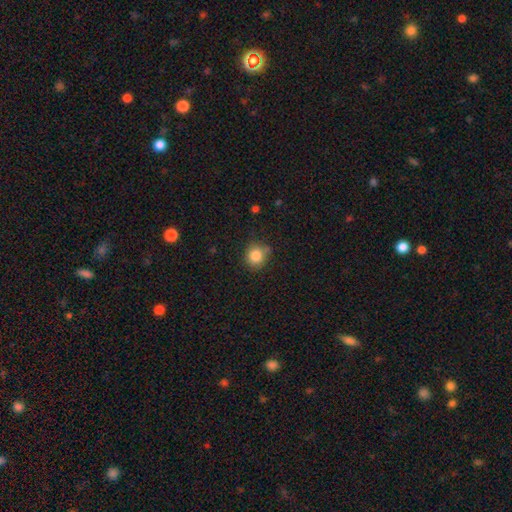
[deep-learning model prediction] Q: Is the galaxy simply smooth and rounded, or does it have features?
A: smooth — 84%.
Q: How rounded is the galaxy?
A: round — 85%.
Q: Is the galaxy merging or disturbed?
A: none — 76%.